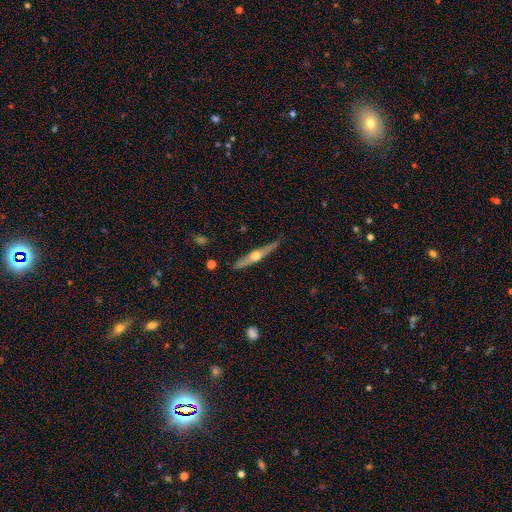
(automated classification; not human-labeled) Morphology: type=featured or disk (67%); edge-on=yes (95%); edge-on bulge=rounded (93%); merging=none (80%).